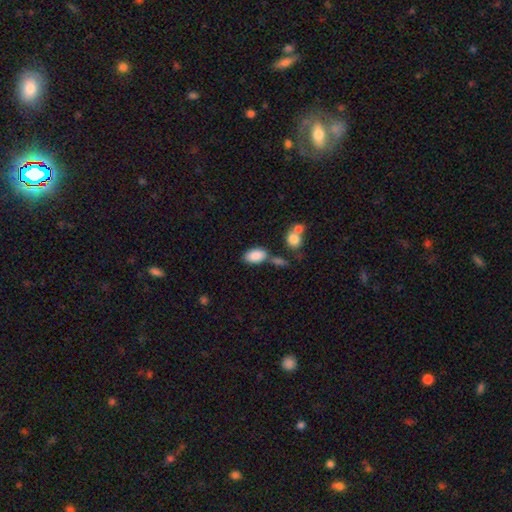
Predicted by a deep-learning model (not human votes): Q: Smooth or featured?
A: smooth (86%); runner-up: star or artifact (7%)
Q: How rounded?
A: in between (93%); runner-up: round (6%)
Q: Merging?
A: none (62%); runner-up: merger (18%)